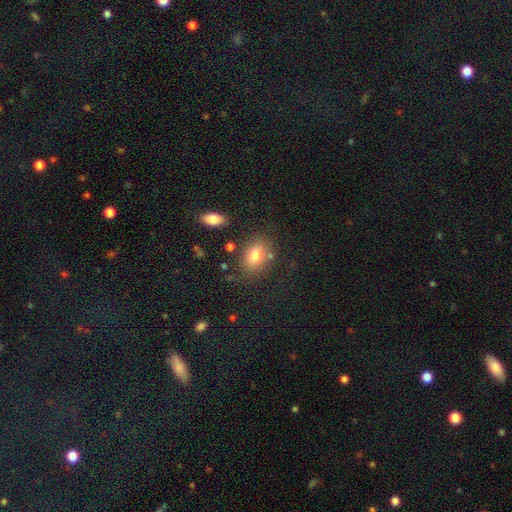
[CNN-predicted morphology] A smooth galaxy with no disk features (78%) that is in between round and cigar-shaped (74%). Merging: none (74%).